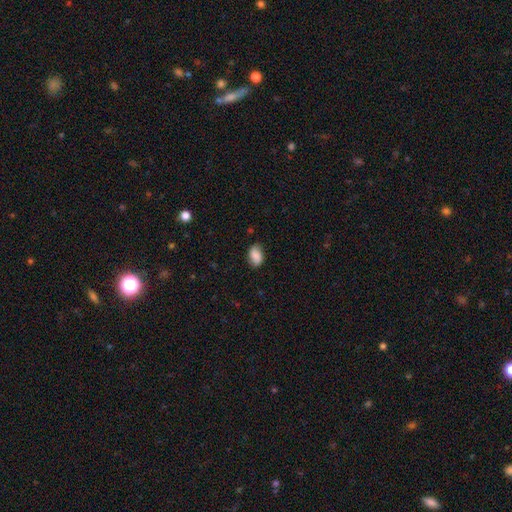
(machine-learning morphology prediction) A smooth galaxy with no disk features (84%) that is in between round and cigar-shaped (89%).

Vote fractions:
- Smooth or featured? smooth: 84% / featured or disk: 9% / star or artifact: 7%
- How rounded? in between: 89% / round: 9% / cigar-shaped: 2%
- Merging? none: 77% / minor disturbance: 18% / major disturbance: 4% / merger: 1%